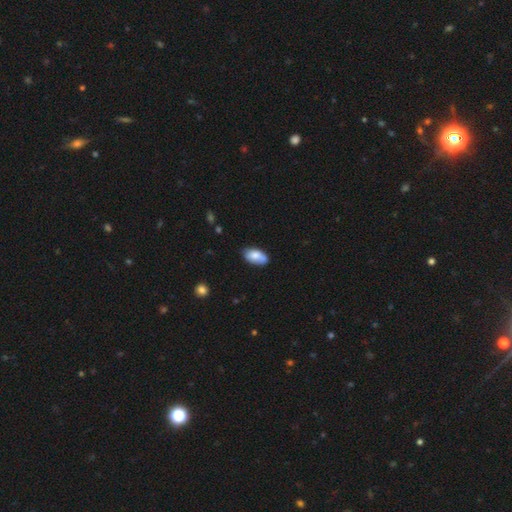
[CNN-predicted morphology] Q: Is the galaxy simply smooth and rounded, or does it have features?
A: smooth — 76%.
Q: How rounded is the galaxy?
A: in between — 94%.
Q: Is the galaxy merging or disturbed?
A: none — 65%.